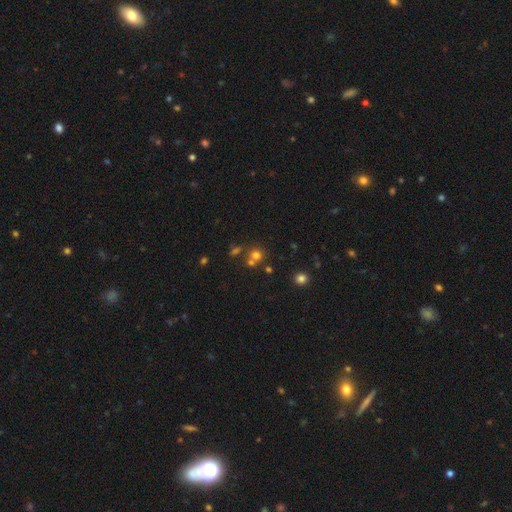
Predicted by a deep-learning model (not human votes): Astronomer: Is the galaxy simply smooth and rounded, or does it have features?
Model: smooth — 66%.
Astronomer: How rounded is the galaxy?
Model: round — 86%.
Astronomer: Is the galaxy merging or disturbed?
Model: none — 56% (runner-up: merger, 33%).